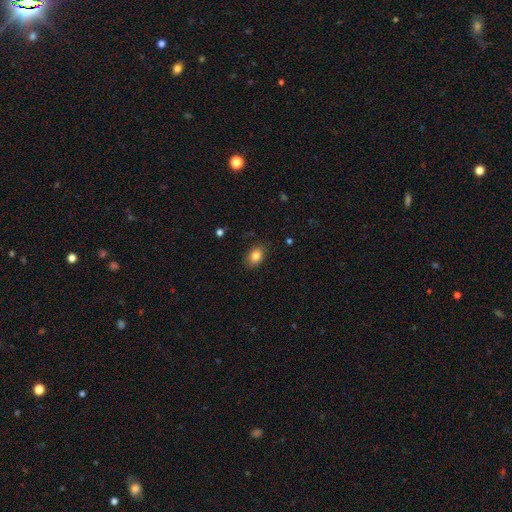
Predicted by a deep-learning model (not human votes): This appears to be a smooth galaxy with no disk features (83%) that is in between round and cigar-shaped (77%). Merging: none (86%).